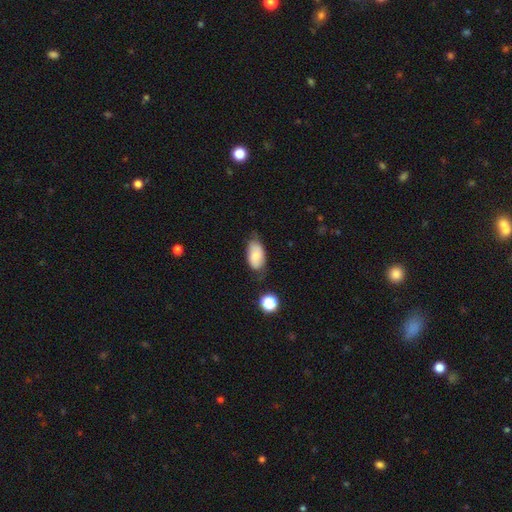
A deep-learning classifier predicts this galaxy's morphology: type=smooth (79%); roundness=in between (93%); merging=none (63%).